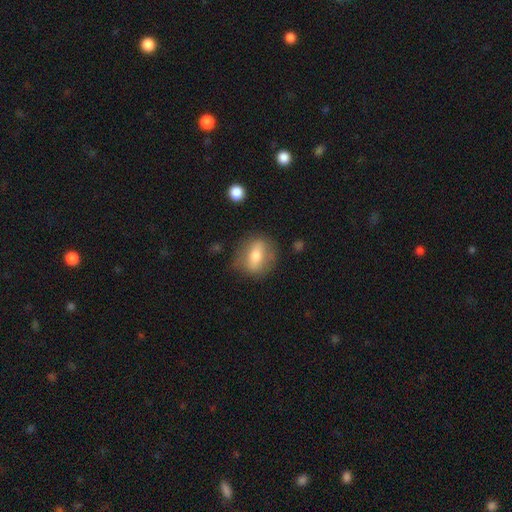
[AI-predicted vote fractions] Smooth or featured?
  - smooth: 57% *
  - featured or disk: 35%
  - star or artifact: 8%
How rounded?
  - in between: 53% *
  - round: 39%
  - cigar-shaped: 8%
Merging?
  - none: 78% *
  - minor disturbance: 15%
  - major disturbance: 6%
  - merger: 2%